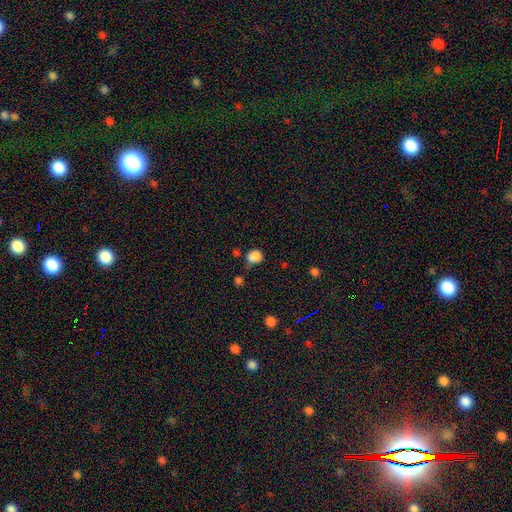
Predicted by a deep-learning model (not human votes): Smooth or featured? Predicted: smooth (p=0.83). How rounded? Predicted: round (p=0.68). Merging? Predicted: none (p=0.53).